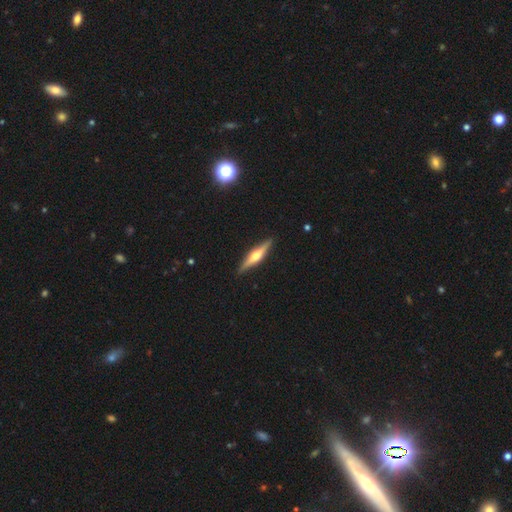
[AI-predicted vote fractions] Smooth or featured: featured or disk — 70% (smooth — 25%)
Edge-on disk: yes — 97% (no — 3%)
Edge-on bulge: rounded — 92% (boxy — 5%)
Merging: none — 90% (minor disturbance — 7%)